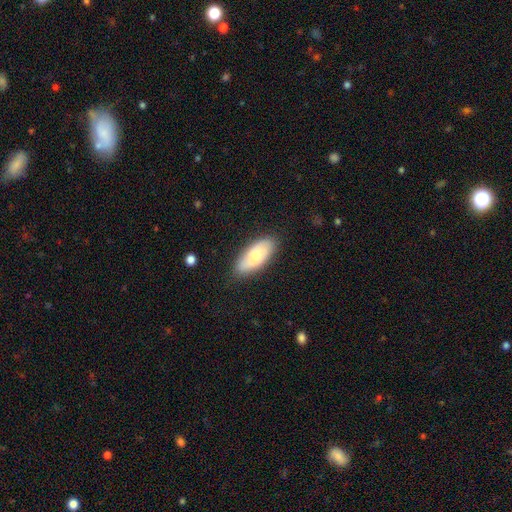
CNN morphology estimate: Smooth or featured? Predicted: smooth (p=0.69). How rounded? Predicted: in between (p=0.84). Merging? Predicted: none (p=0.83).